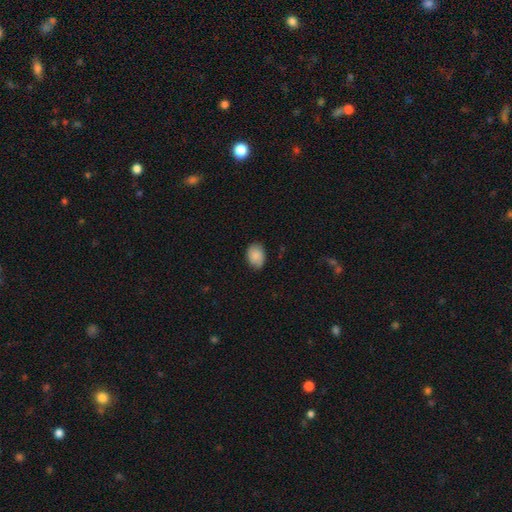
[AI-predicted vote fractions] A smooth galaxy with no disk features (85%) that is in between round and cigar-shaped (71%).

Vote fractions:
- Smooth or featured? smooth: 85% / featured or disk: 8% / star or artifact: 7%
- How rounded? in between: 71% / round: 28% / cigar-shaped: 1%
- Merging? none: 74% / minor disturbance: 21% / major disturbance: 3% / merger: 1%